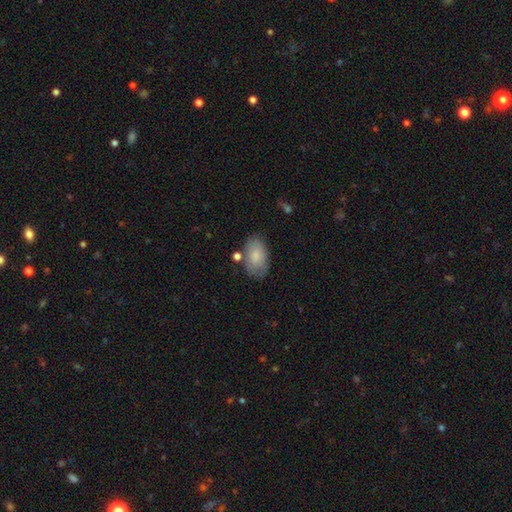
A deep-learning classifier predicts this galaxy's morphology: Smooth or featured?
  - smooth: 82% *
  - featured or disk: 12%
  - star or artifact: 6%
How rounded?
  - in between: 93% *
  - round: 6%
  - cigar-shaped: 1%
Merging?
  - none: 71% *
  - minor disturbance: 18%
  - merger: 6%
  - major disturbance: 5%